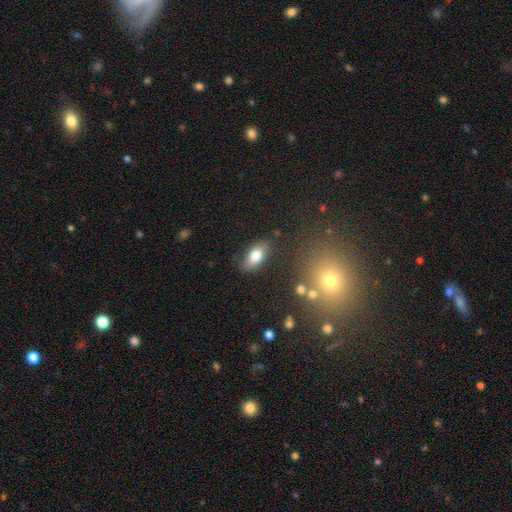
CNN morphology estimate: A smooth galaxy with no disk features (80%) that is in between round and cigar-shaped (89%).

Vote fractions:
- Smooth or featured? smooth: 80% / featured or disk: 12% / star or artifact: 8%
- How rounded? in between: 89% / cigar-shaped: 6% / round: 4%
- Merging? none: 81% / minor disturbance: 13% / major disturbance: 3% / merger: 3%